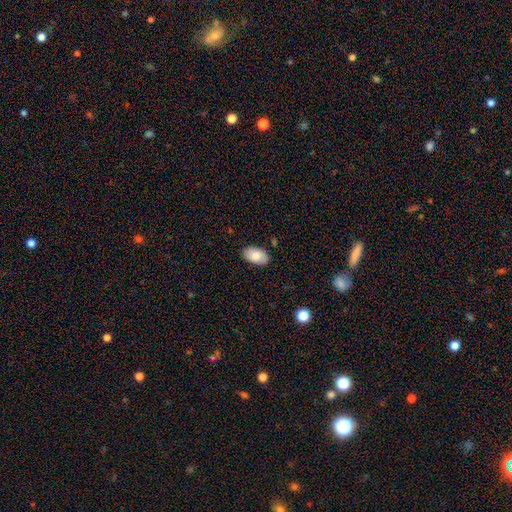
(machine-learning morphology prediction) This is clearly a smooth galaxy (83%). How rounded: clearly in between (94%). Merging: clearly none (86%).